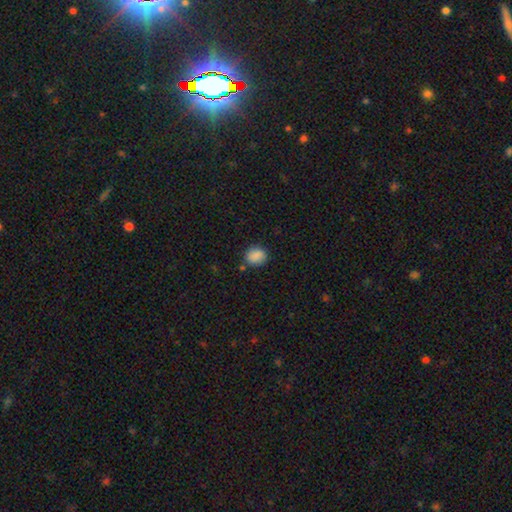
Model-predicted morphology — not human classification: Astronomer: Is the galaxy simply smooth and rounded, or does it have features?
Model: smooth — 88%.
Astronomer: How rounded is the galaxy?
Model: round — 67%.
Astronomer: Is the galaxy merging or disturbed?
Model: none — 79%.